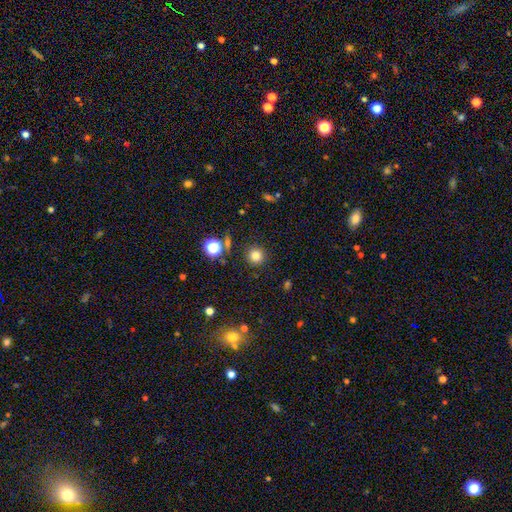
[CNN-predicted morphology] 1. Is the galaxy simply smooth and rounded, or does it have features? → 78% smooth, 16% star or artifact, 6% featured or disk.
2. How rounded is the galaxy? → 94% round, 5% in between, 1% cigar-shaped.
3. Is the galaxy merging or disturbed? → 89% none, 6% minor disturbance, 3% major disturbance, 2% merger.